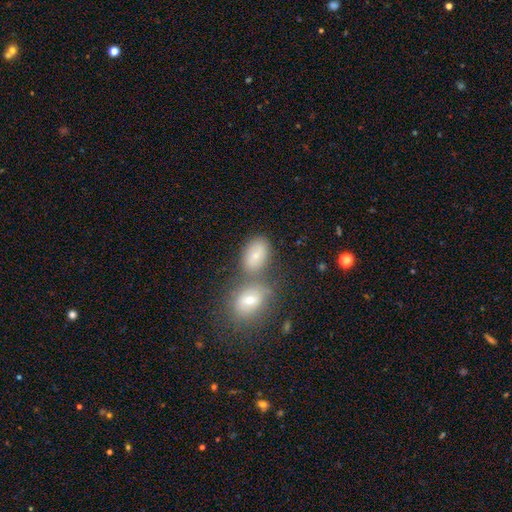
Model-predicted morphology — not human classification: Smooth or featured? smooth (75%)
How rounded? in between (82%)
Merging? none (53%)